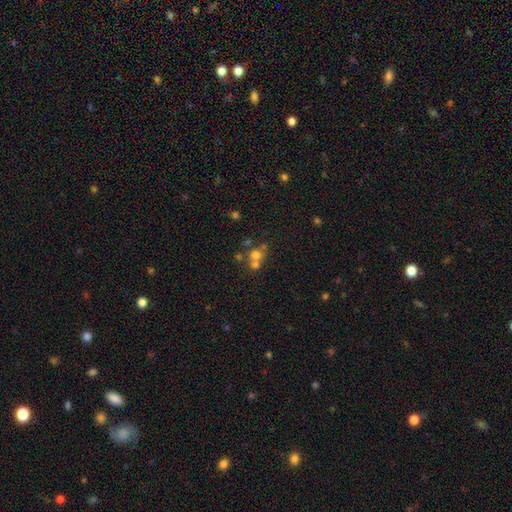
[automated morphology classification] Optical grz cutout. It shows a smooth galaxy with no disk features (62%) that is round (82%). Merging: merger (51%).